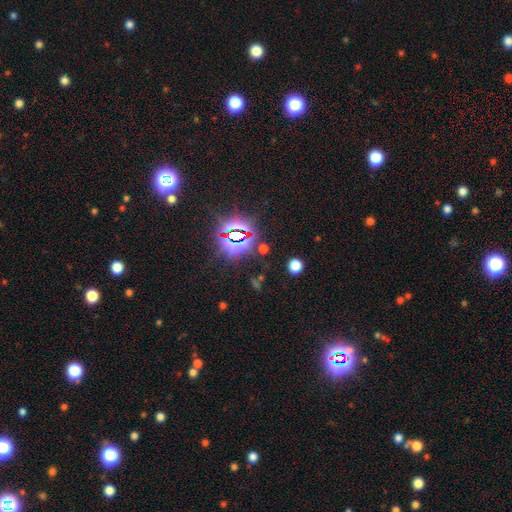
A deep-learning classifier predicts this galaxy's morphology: This appears to be a star or artifact, not a galaxy (83%).